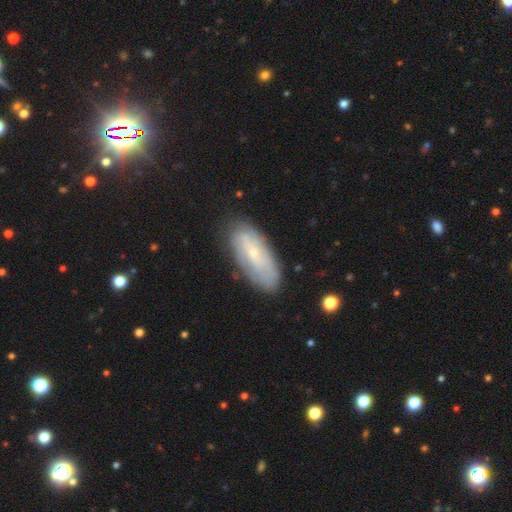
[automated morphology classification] Smooth or featured? featured or disk (49%)
Merging? none (79%)